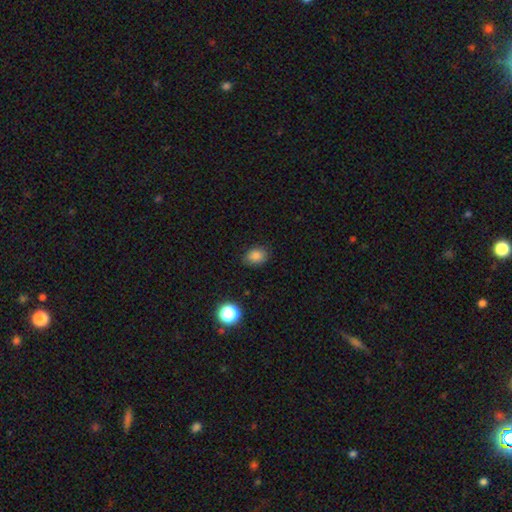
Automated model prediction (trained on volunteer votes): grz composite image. It shows a smooth galaxy with no disk features (84%) that is in between round and cigar-shaped (68%). Merging: none (83%).